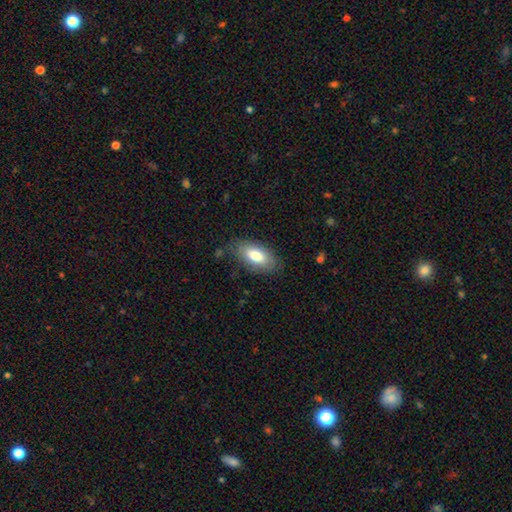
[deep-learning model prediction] This is likely a smooth galaxy (78%). How rounded: clearly in between (90%). Merging: likely none (79%).